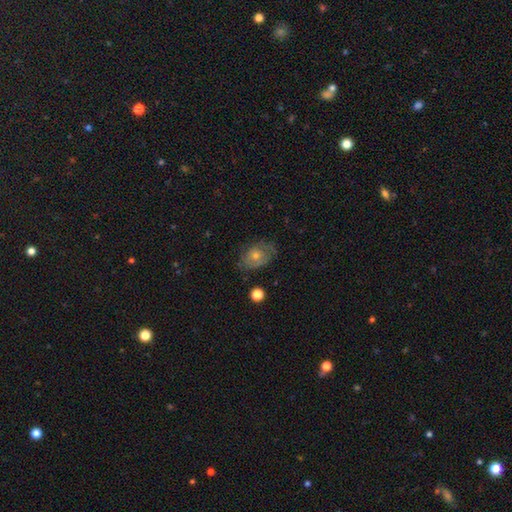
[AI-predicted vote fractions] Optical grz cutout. It shows a featured or disk galaxy (54%) with no bar (83%), spiral arms (67%) and a small central bulge (48%). Merging: none (71%).